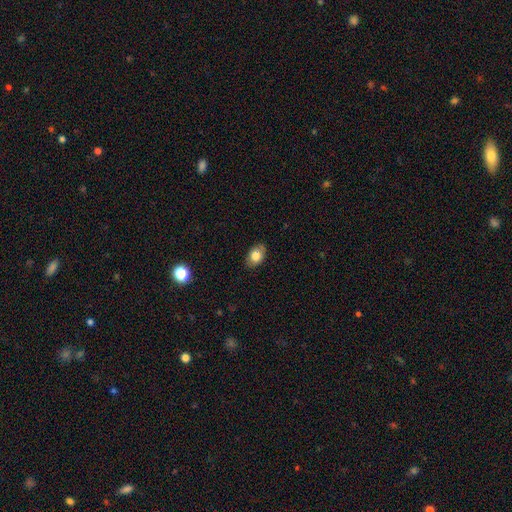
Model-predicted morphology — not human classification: smooth_or_featured: smooth (p=0.77) [alt: featured or disk p=0.15]
how_rounded: in between (p=0.83) [alt: round p=0.15]
merging: none (p=0.82) [alt: minor disturbance p=0.14]